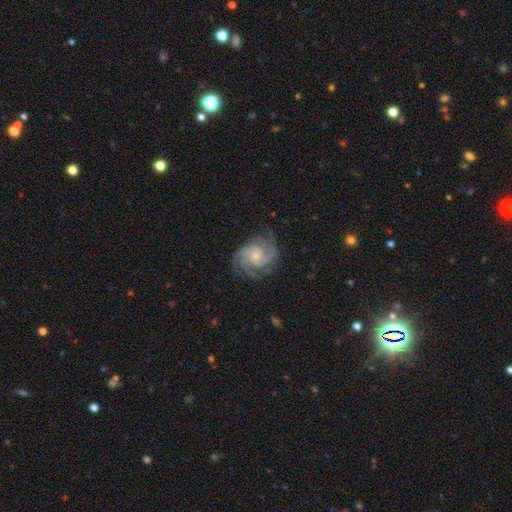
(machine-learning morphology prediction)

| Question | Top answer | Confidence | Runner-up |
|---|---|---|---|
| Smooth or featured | featured or disk | 90% | smooth (5%) |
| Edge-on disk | no | 98% | yes (2%) |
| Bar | no | 63% | weak (32%) |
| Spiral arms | yes | 98% | no (2%) |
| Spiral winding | tight | 51% | medium (42%) |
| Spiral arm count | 3 | 39% | 2 (32%) |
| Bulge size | small | 53% | moderate (41%) |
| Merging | none | 75% | minor disturbance (17%) |